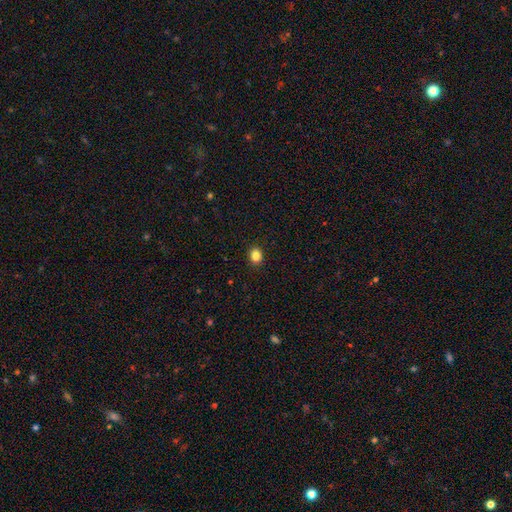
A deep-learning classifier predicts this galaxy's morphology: Smooth or featured?
  - smooth: 85% *
  - star or artifact: 11%
  - featured or disk: 4%
How rounded?
  - round: 62% *
  - in between: 37%
  - cigar-shaped: 1%
Merging?
  - none: 92% *
  - minor disturbance: 6%
  - major disturbance: 2%
  - merger: 1%